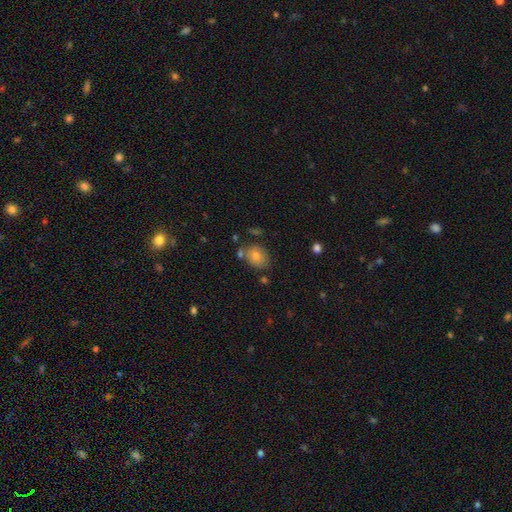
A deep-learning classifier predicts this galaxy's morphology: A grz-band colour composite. It shows a smooth galaxy with no disk features (75%) that is in between round and cigar-shaped (55%). Merging: none (70%).